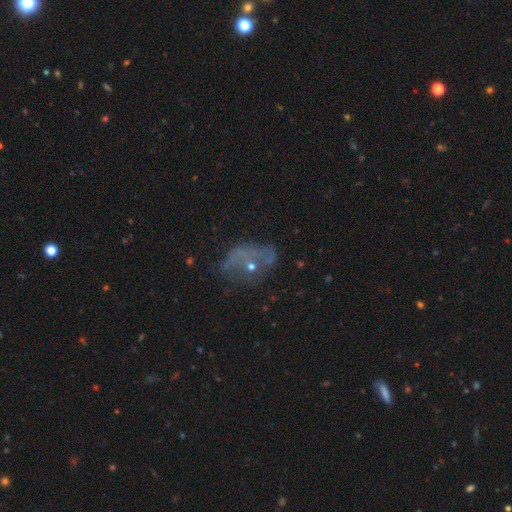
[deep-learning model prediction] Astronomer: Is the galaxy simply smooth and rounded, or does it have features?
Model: featured or disk — 50% (runner-up: smooth, 29%).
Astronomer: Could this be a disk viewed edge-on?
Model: no — 96%.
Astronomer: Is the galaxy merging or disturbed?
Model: none — 43% (runner-up: major disturbance, 30%).